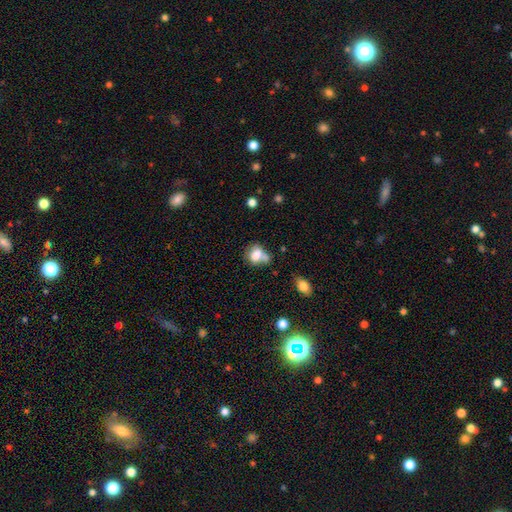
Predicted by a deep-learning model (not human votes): smooth_or_featured: smooth (p=0.74) [alt: featured or disk p=0.15]
how_rounded: in between (p=0.59) [alt: round p=0.39]
merging: merger (p=0.38) [alt: none p=0.33]